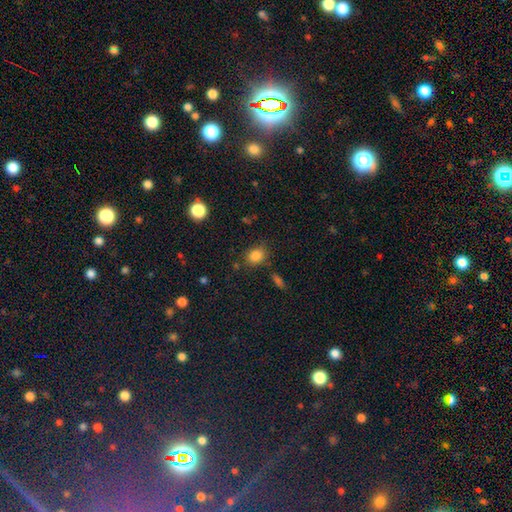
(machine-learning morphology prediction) Smooth or featured: smooth — 83% (star or artifact — 11%)
How rounded: round — 51% (in between — 48%)
Merging: none — 77% (minor disturbance — 14%)